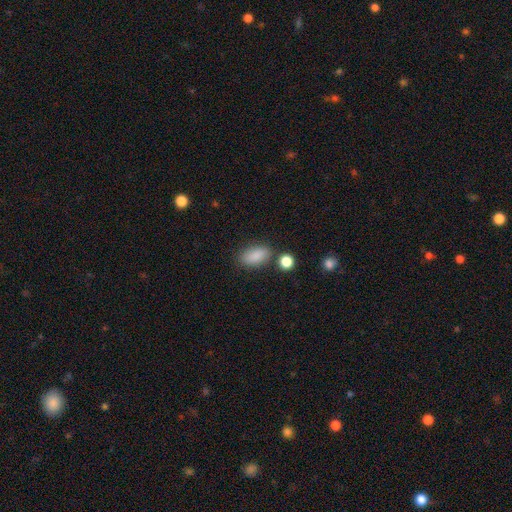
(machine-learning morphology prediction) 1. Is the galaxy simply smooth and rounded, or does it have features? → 87% smooth, 8% star or artifact, 5% featured or disk.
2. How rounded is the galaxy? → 89% in between, 6% round, 5% cigar-shaped.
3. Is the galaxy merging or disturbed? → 77% none, 13% minor disturbance, 6% merger, 4% major disturbance.